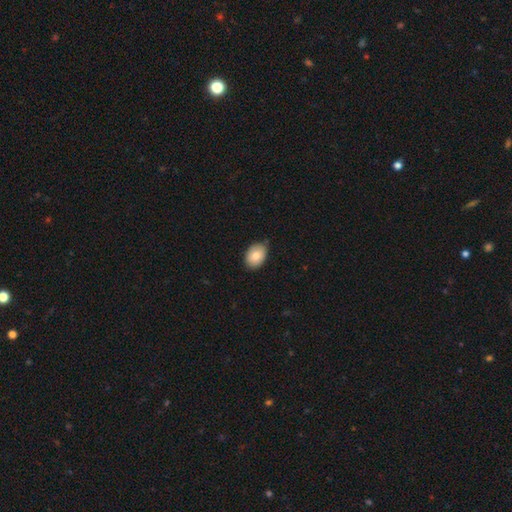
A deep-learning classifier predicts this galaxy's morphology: Overall: smooth (79%). How rounded: in between (78%). Merging: none (77%).